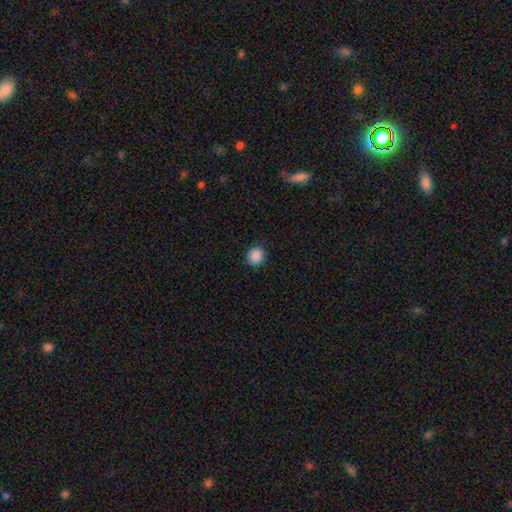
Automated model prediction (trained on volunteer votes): Smooth or featured? Predicted: smooth (p=0.88). How rounded? Predicted: round (p=0.87). Merging? Predicted: none (p=0.90).